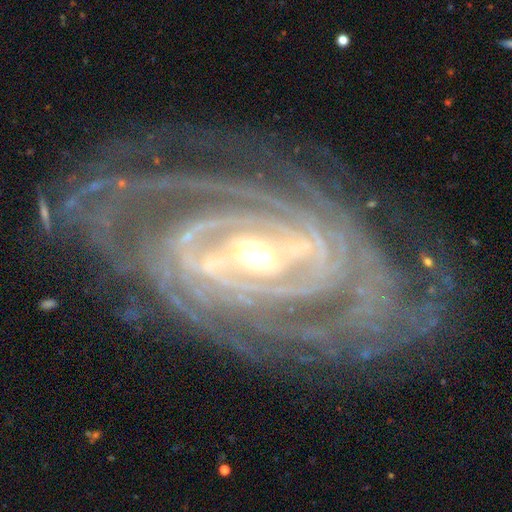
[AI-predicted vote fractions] Q: Smooth or featured?
A: featured or disk (93%); runner-up: star or artifact (4%)
Q: Edge-on disk?
A: no (97%); runner-up: yes (3%)
Q: Bar?
A: strong (49%); runner-up: weak (30%)
Q: Spiral arms?
A: yes (98%); runner-up: no (2%)
Q: Spiral winding?
A: tight (73%); runner-up: medium (21%)
Q: Spiral arm count?
A: 4 (20%); runner-up: 3 (18%)
Q: Bulge size?
A: moderate (51%); runner-up: small (43%)
Q: Merging?
A: none (69%); runner-up: minor disturbance (16%)